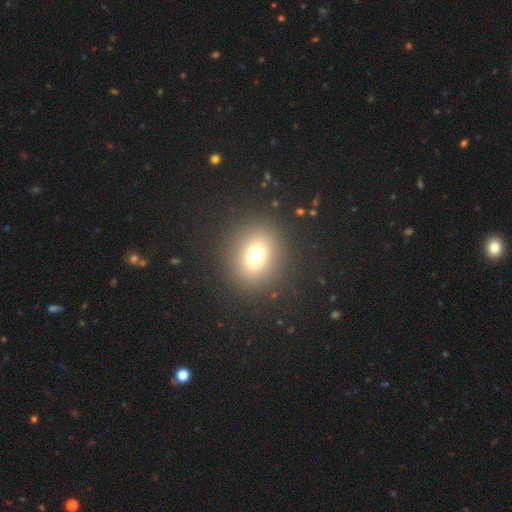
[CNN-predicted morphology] smooth_or_featured: smooth (p=0.69) [alt: star or artifact p=0.20]
how_rounded: round (p=0.72) [alt: in between p=0.27]
merging: none (p=0.87) [alt: minor disturbance p=0.07]